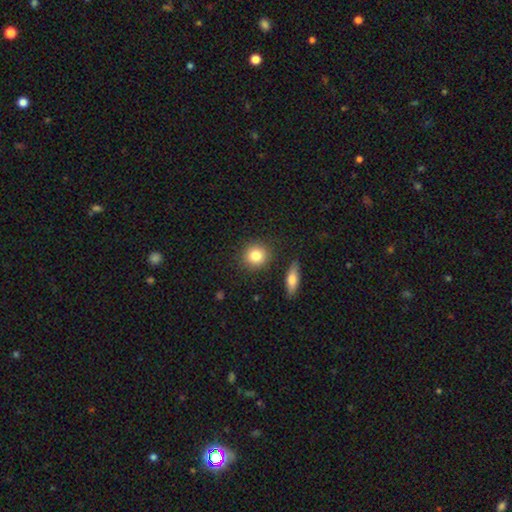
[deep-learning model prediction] smooth_or_featured: smooth (p=0.83) [alt: featured or disk p=0.09]
how_rounded: round (p=0.85) [alt: in between p=0.13]
merging: none (p=0.87) [alt: minor disturbance p=0.07]